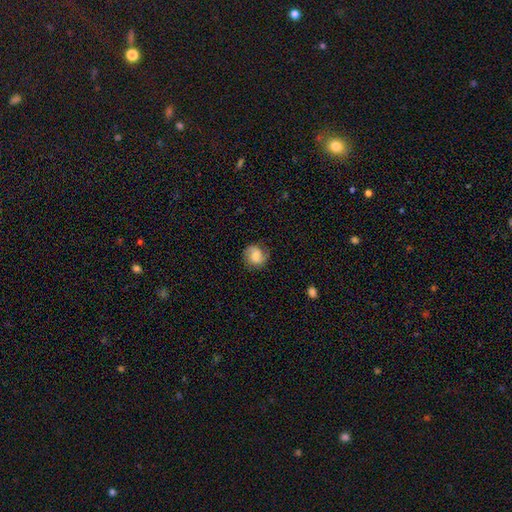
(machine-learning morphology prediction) Smooth or featured? Predicted: featured or disk (p=0.47). Merging? Predicted: none (p=0.76).